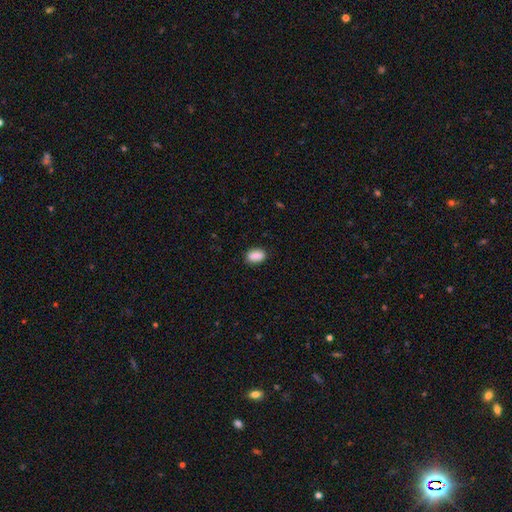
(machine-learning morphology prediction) type=smooth (89%); roundness=in between (87%); merging=none (85%).